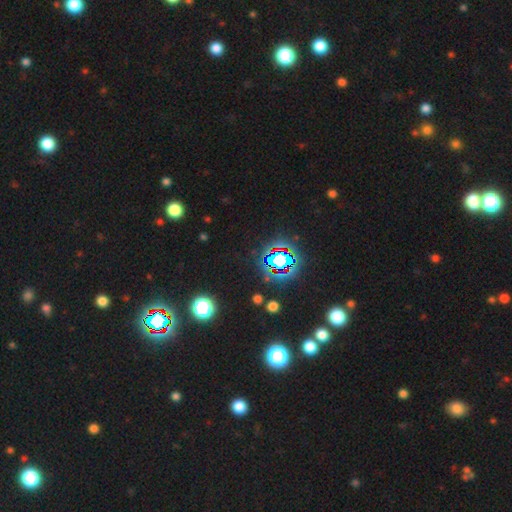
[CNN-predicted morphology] Smooth or featured? star or artifact (80%)